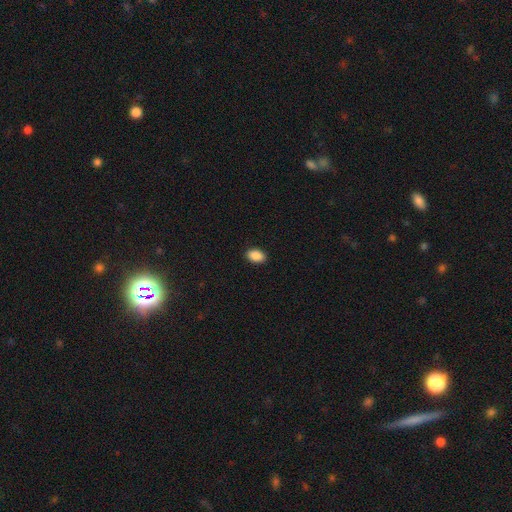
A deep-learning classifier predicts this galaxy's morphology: Q: Smooth or featured?
A: smooth (89%); runner-up: star or artifact (8%)
Q: How rounded?
A: in between (88%); runner-up: round (10%)
Q: Merging?
A: none (91%); runner-up: minor disturbance (7%)